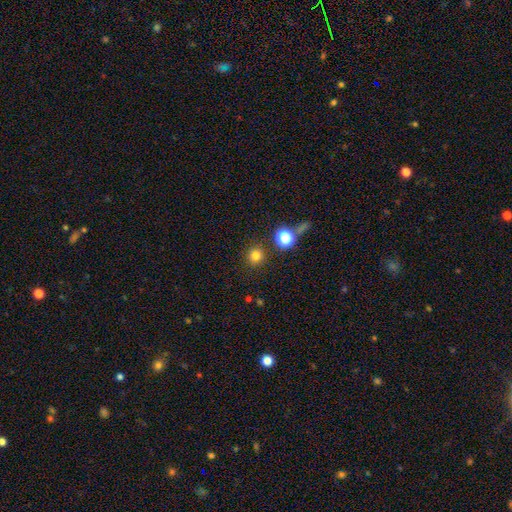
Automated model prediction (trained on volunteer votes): Overall: smooth (78%). How rounded: round (93%). Merging: none (88%).